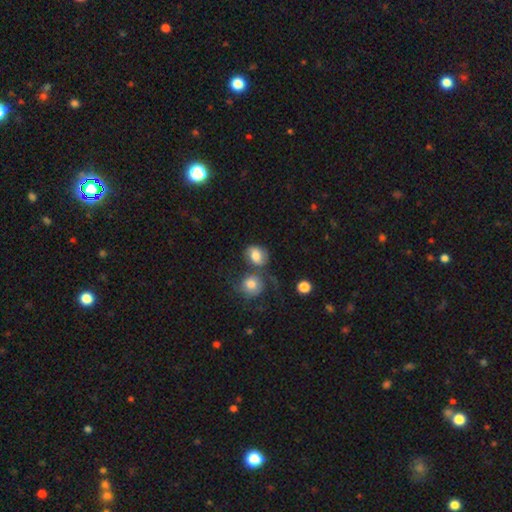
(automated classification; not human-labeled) This appears to be a smooth galaxy with no disk features (70%) that is in between round and cigar-shaped (55%). Merging: none (46%).